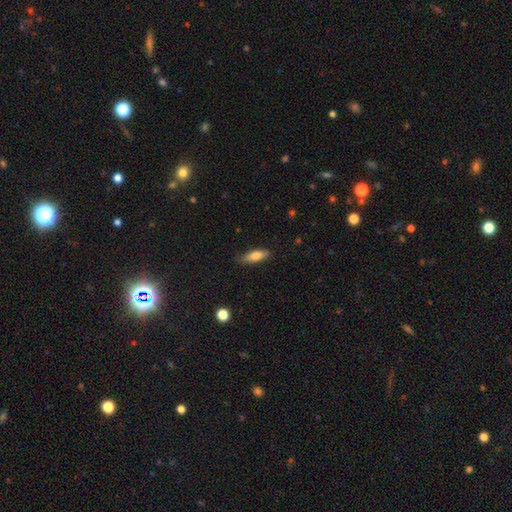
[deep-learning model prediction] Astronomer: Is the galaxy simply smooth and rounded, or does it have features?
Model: smooth — 76%.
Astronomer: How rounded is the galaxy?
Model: in between — 57% (runner-up: cigar-shaped, 41%).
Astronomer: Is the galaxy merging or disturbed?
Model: none — 77%.